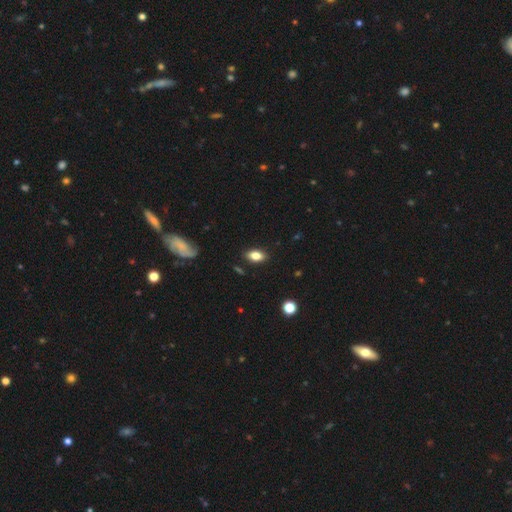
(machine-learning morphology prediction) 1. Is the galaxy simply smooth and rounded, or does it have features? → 78% smooth, 13% featured or disk, 9% star or artifact.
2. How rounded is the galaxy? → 87% in between, 8% round, 5% cigar-shaped.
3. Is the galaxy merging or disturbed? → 86% none, 10% minor disturbance, 2% major disturbance, 1% merger.